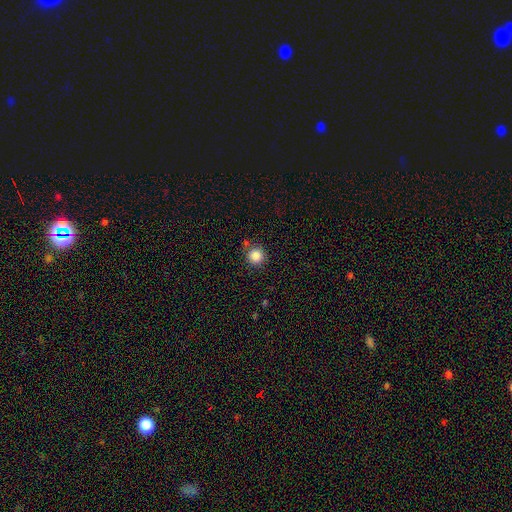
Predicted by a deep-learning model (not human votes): A smooth galaxy with no disk features (86%) that is round (95%). Merging: none (83%).